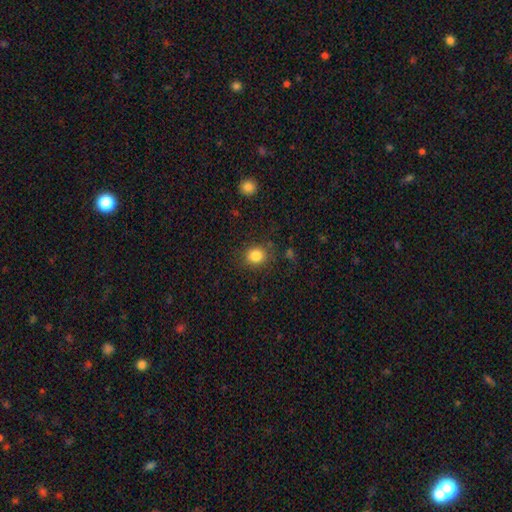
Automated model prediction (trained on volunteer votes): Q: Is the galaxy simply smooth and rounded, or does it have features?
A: smooth — 84%.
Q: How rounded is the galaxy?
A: round — 74%.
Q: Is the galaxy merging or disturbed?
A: none — 83%.